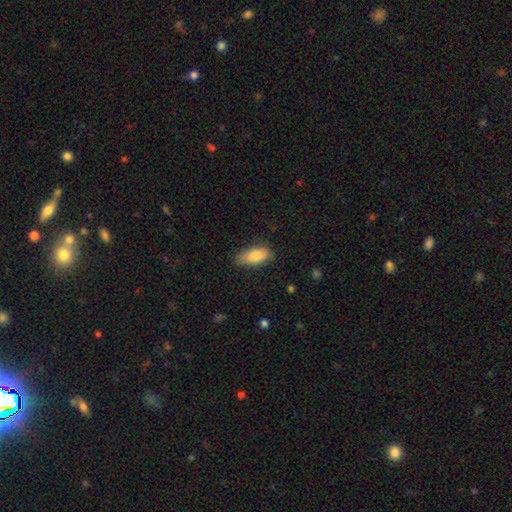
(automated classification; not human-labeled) smooth_or_featured: smooth (p=0.86) [alt: featured or disk p=0.08]
how_rounded: in between (p=0.84) [alt: cigar-shaped p=0.14]
merging: none (p=0.77) [alt: minor disturbance p=0.18]